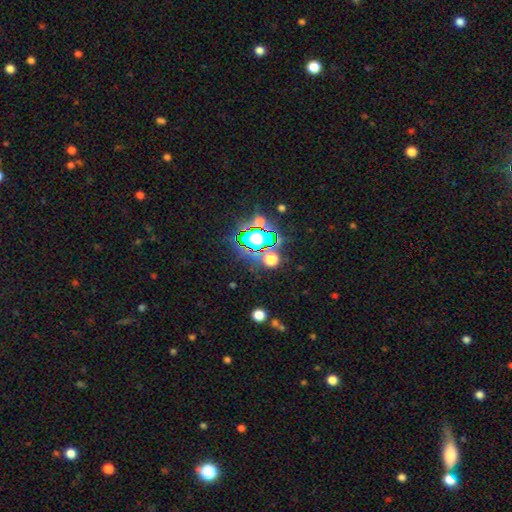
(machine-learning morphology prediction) Smooth or featured? Predicted: star or artifact (p=0.65).